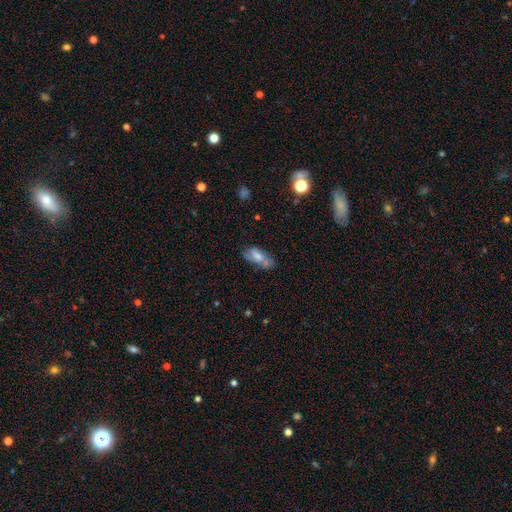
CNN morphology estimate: Overall: smooth (56%; featured or disk 33%). How rounded: in between (82%). Merging: none (47%; minor disturbance 22%).